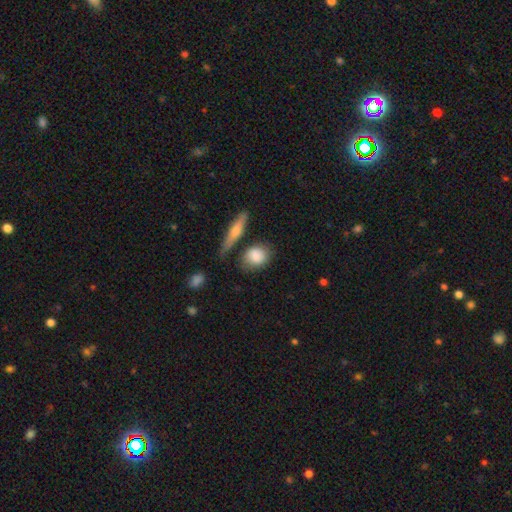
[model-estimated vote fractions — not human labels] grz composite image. It shows a smooth galaxy with no disk features (82%) that is in between round and cigar-shaped (49%). Merging: none (66%).